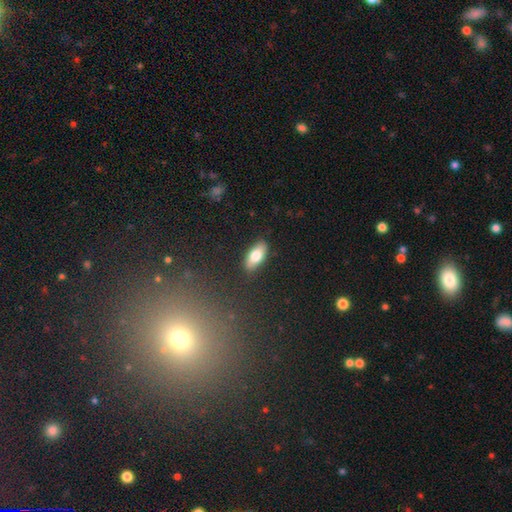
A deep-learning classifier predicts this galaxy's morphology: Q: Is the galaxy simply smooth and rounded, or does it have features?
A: smooth — 77%.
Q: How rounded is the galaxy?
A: in between — 83%.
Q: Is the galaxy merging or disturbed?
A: none — 87%.